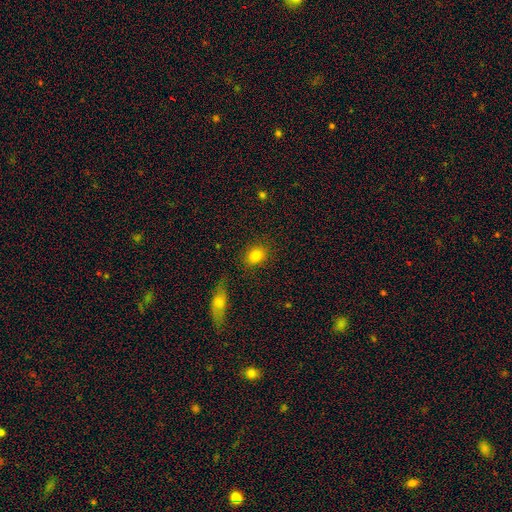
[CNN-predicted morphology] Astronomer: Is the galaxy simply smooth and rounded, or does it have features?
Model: smooth — 82%.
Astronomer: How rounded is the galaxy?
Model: round — 50% (runner-up: in between, 48%).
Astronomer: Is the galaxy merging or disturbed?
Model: none — 83%.